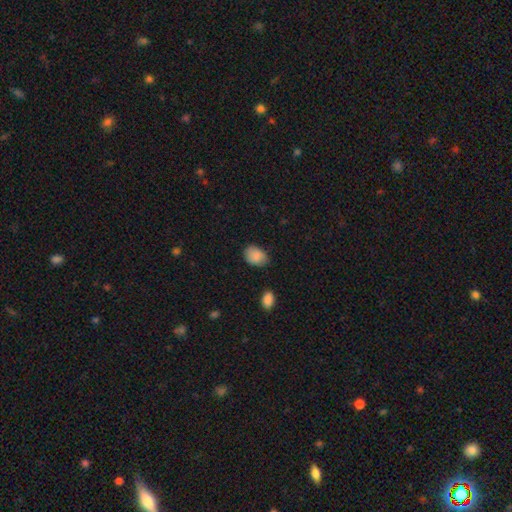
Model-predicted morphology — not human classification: The model was most divided on "merging": none: 72%, minor disturbance: 22%, major disturbance: 4%, merger: 2%. More confident: smooth or featured — smooth (87%); how rounded — in between (75%).